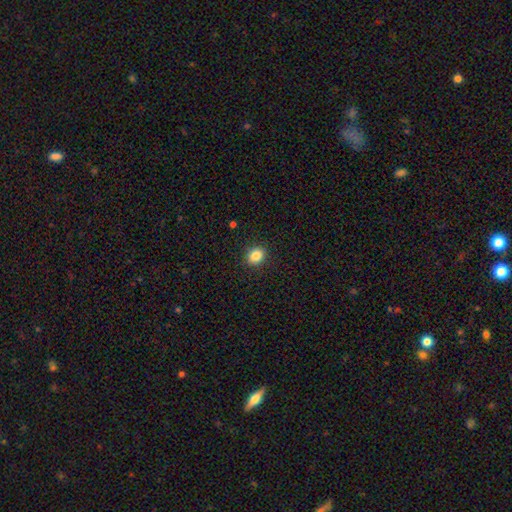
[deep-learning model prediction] smooth-or-featured: smooth: 85% | star or artifact: 10% | featured or disk: 5%
  how-rounded: round: 60% | in between: 39% | cigar-shaped: 1%
  merging: none: 90% | minor disturbance: 7% | major disturbance: 2% | merger: 1%